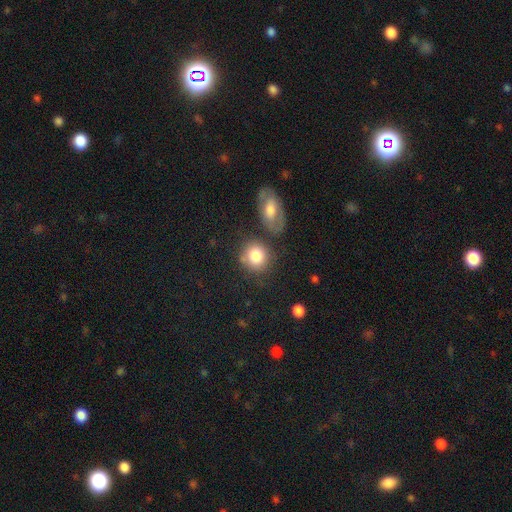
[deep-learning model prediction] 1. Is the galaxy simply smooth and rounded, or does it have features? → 82% smooth, 10% featured or disk, 7% star or artifact.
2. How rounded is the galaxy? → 75% round, 24% in between, 1% cigar-shaped.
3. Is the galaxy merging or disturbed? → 64% none, 16% minor disturbance, 15% merger, 6% major disturbance.